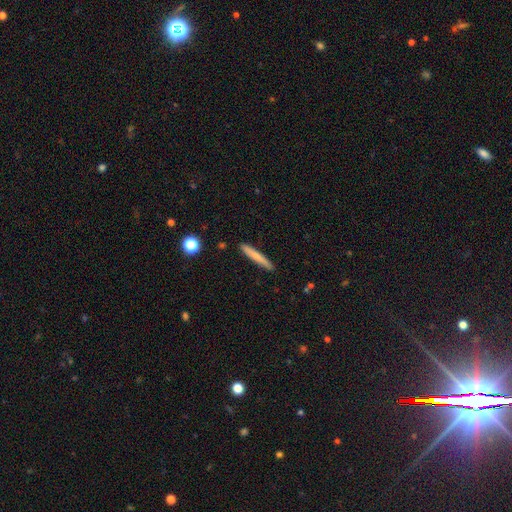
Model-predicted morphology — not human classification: smooth 70%, featured or disk 23%, star or artifact 6%. Down the decision tree: how rounded — cigar-shaped (95%); merging — none (88%).